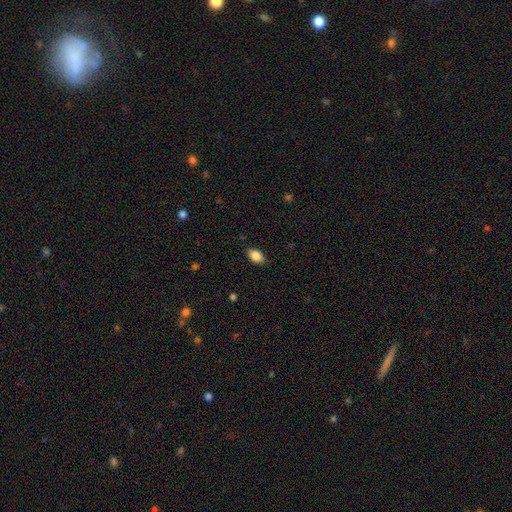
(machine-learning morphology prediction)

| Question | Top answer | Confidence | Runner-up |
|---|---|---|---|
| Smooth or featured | smooth | 87% | star or artifact (8%) |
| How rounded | in between | 90% | round (7%) |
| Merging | none | 85% | minor disturbance (12%) |